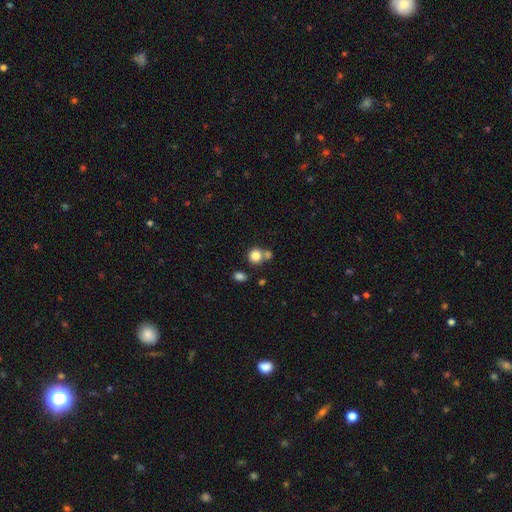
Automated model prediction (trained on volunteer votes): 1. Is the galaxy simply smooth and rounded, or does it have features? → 82% smooth, 11% star or artifact, 7% featured or disk.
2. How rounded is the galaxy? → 85% round, 14% in between, 1% cigar-shaped.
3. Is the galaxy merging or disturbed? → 60% none, 28% merger, 9% minor disturbance, 4% major disturbance.